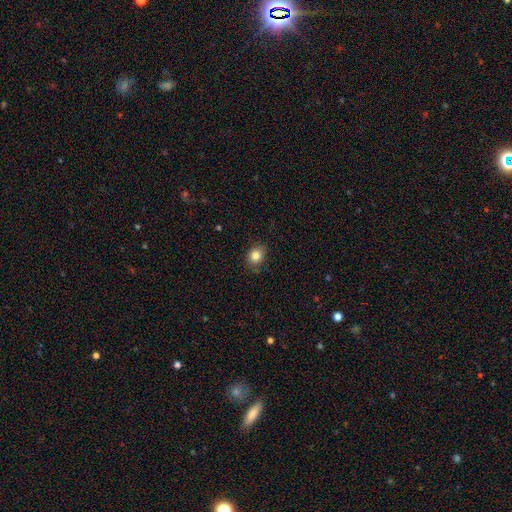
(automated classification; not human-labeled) Smooth or featured: smooth — 83% (star or artifact — 10%)
How rounded: round — 52% (in between — 47%)
Merging: none — 80% (minor disturbance — 16%)